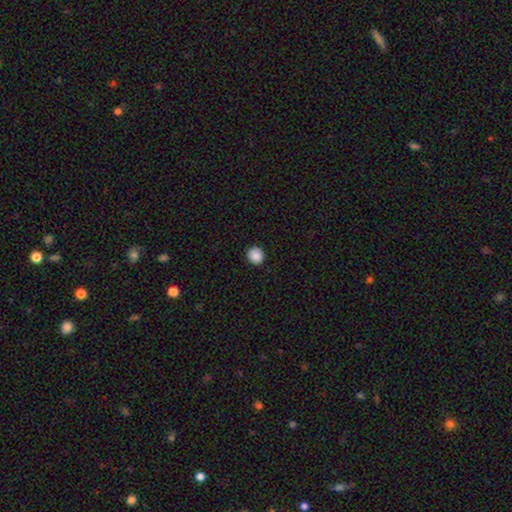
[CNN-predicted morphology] Smooth or featured: smooth — 88% (star or artifact — 9%)
How rounded: round — 89% (in between — 10%)
Merging: none — 91% (minor disturbance — 6%)